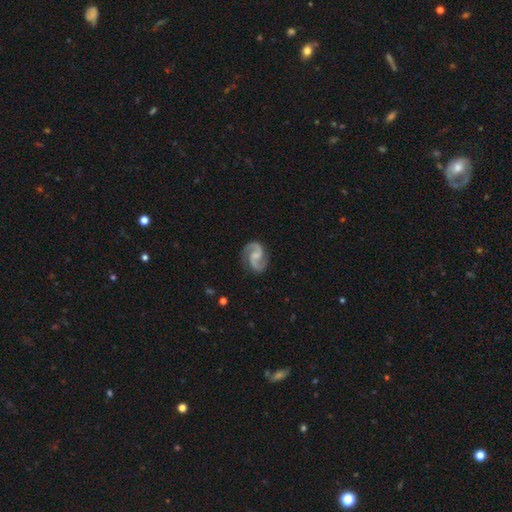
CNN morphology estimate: featured or disk 92%, smooth 4%, star or artifact 4%. Down the decision tree: edge-on disk — no (98%); bar — no (48%); spiral arms — yes (98%); spiral arm count — 2 (95%); spiral winding — medium (60%); bulge size — small (40%); merging — none (84%).